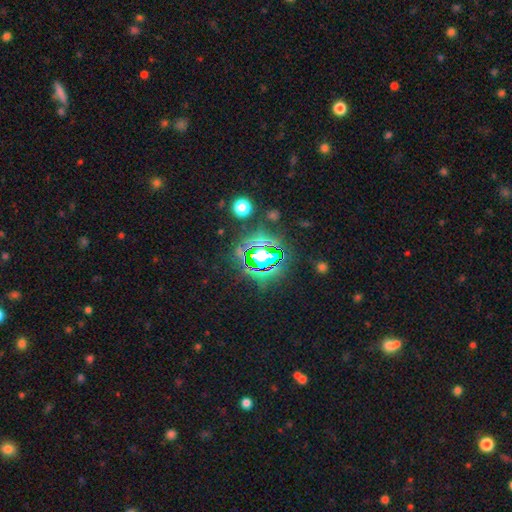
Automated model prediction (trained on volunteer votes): Overall: star or artifact (82%).